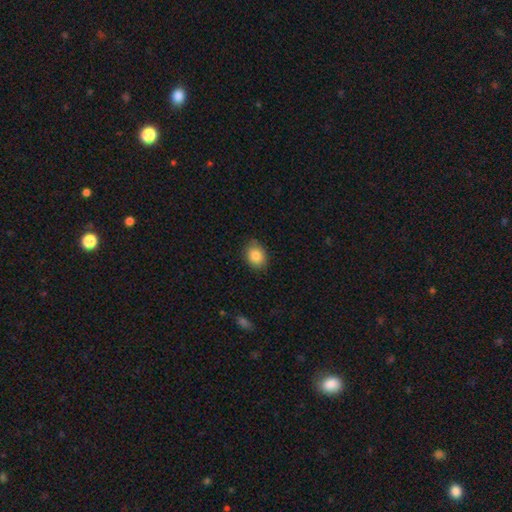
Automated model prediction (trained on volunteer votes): smooth 85%, star or artifact 8%, featured or disk 7%. Down the decision tree: how rounded — in between (59%); merging — none (81%).